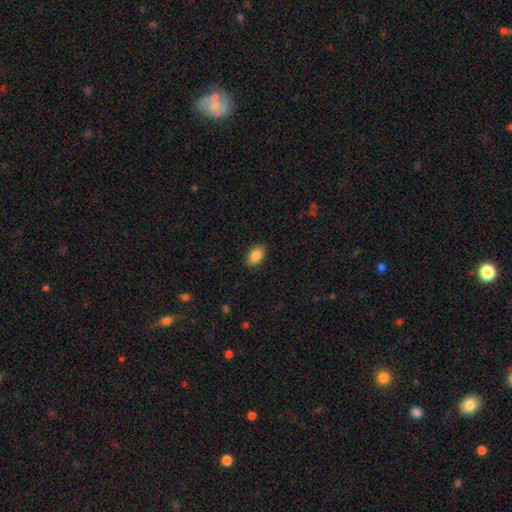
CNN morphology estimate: A smooth galaxy with no disk features (88%) that is in between round and cigar-shaped (89%). Merging: none (88%).